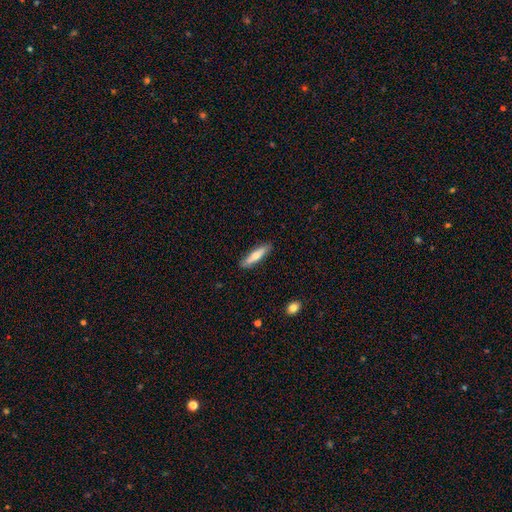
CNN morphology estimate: Smooth or featured? Predicted: smooth (p=0.64). How rounded? Predicted: cigar-shaped (p=0.75). Merging? Predicted: none (p=0.87).